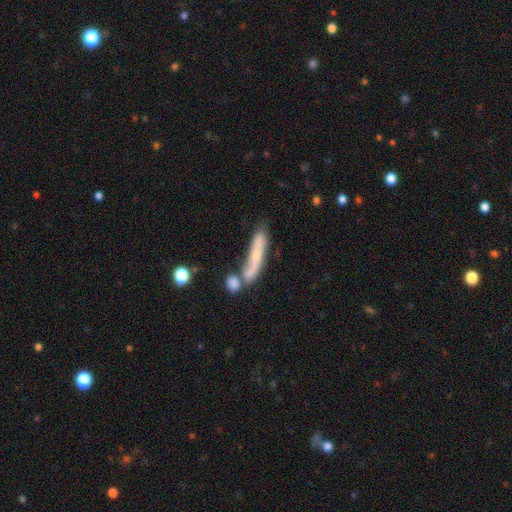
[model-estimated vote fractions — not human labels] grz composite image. It shows a smooth galaxy with no disk features (53%) that is cigar-shaped (83%). Merging: none (40%).